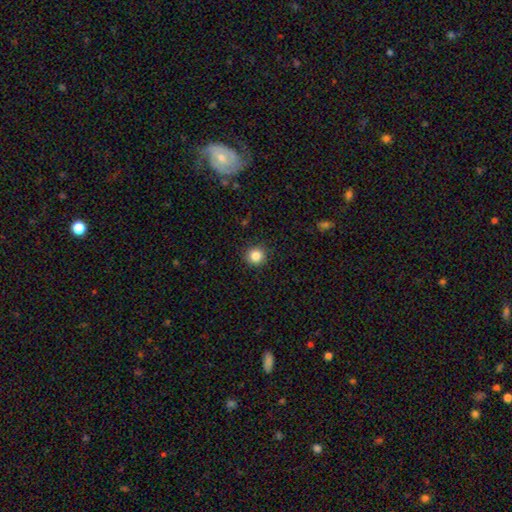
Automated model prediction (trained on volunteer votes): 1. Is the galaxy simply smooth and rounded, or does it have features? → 85% smooth, 11% star or artifact, 5% featured or disk.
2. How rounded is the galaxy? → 94% round, 5% in between, 1% cigar-shaped.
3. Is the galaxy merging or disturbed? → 91% none, 6% minor disturbance, 2% major disturbance, 1% merger.